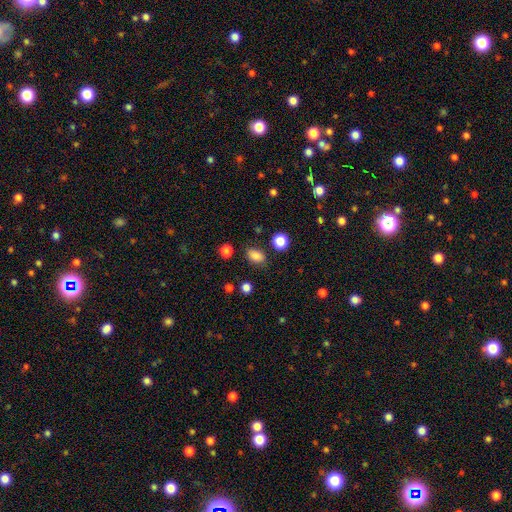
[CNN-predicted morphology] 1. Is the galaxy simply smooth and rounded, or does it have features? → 84% smooth, 11% star or artifact, 5% featured or disk.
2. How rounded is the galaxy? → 79% in between, 19% round, 2% cigar-shaped.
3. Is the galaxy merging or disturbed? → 81% none, 13% minor disturbance, 3% major disturbance, 3% merger.